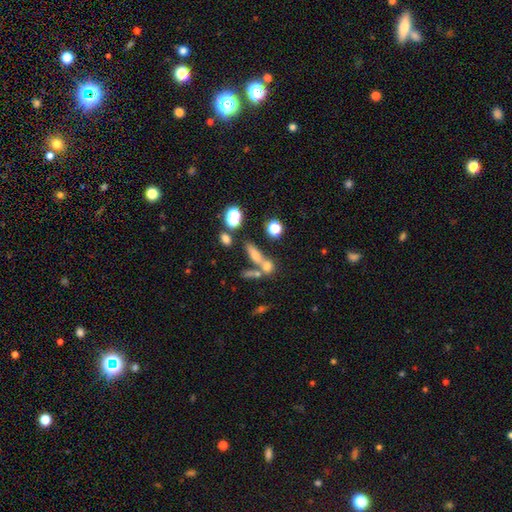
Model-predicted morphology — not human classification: A smooth galaxy with no disk features (53%) that is cigar-shaped (39%). Merging: none (48%).